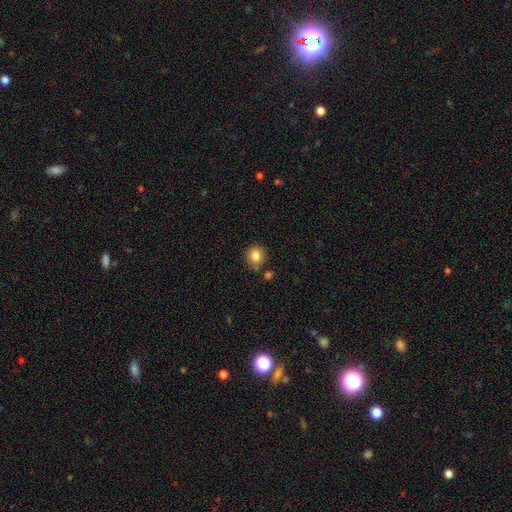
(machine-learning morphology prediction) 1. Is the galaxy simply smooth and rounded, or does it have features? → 83% smooth, 10% star or artifact, 7% featured or disk.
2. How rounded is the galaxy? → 77% round, 23% in between, 1% cigar-shaped.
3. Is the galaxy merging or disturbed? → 74% none, 15% minor disturbance, 7% merger, 4% major disturbance.